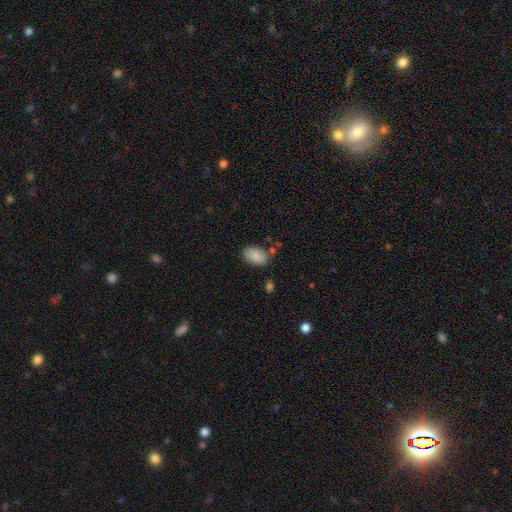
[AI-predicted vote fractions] A smooth galaxy with no disk features (86%) that is in between round and cigar-shaped (91%). Merging: none (77%).